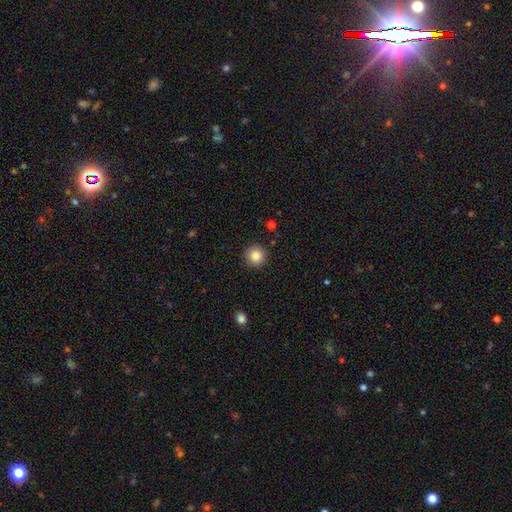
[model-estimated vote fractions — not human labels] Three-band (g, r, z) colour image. It shows a smooth galaxy with no disk features (86%) that is round (95%). Merging: none (92%).